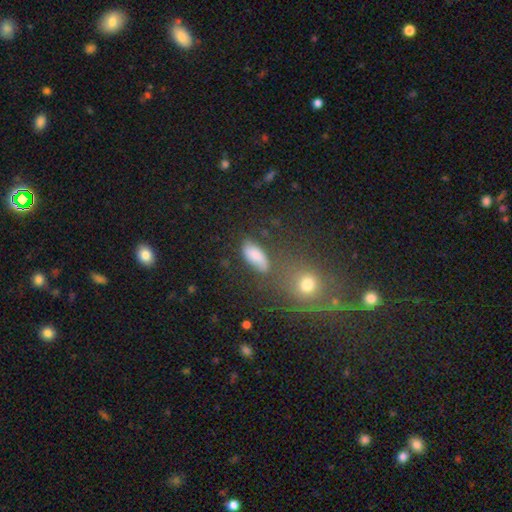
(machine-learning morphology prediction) Smooth or featured?
  - smooth: 77% *
  - featured or disk: 12%
  - star or artifact: 11%
How rounded?
  - in between: 83% *
  - cigar-shaped: 11%
  - round: 5%
Merging?
  - none: 60% *
  - minor disturbance: 20%
  - merger: 10%
  - major disturbance: 9%